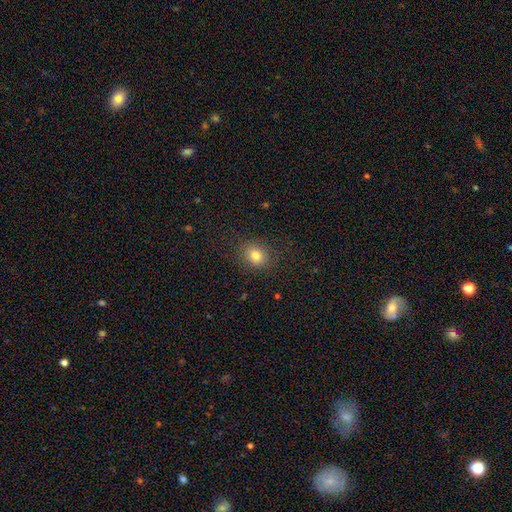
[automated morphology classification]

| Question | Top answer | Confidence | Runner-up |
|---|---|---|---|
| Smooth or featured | smooth | 80% | star or artifact (12%) |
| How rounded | round | 60% | in between (39%) |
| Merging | none | 84% | minor disturbance (10%) |